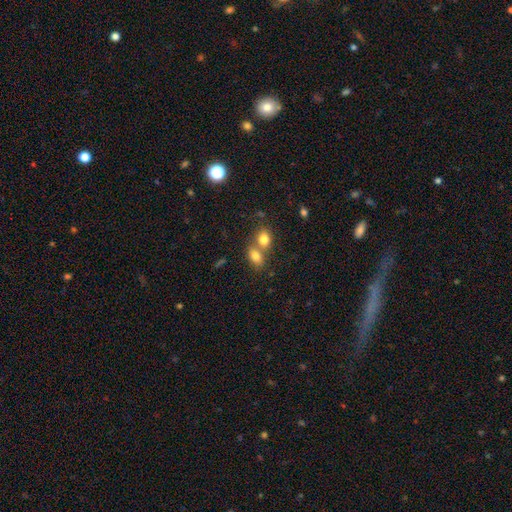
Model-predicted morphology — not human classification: A smooth galaxy with no disk features (79%) that is in between round and cigar-shaped (71%).

Vote fractions:
- Smooth or featured? smooth: 79% / star or artifact: 11% / featured or disk: 10%
- How rounded? in between: 71% / round: 27% / cigar-shaped: 2%
- Merging? merger: 54% / none: 35% / minor disturbance: 8% / major disturbance: 3%